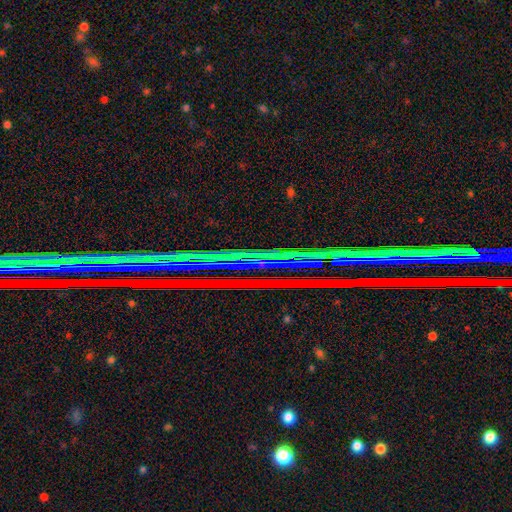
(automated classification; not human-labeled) A star or artifact, not a galaxy (84%).